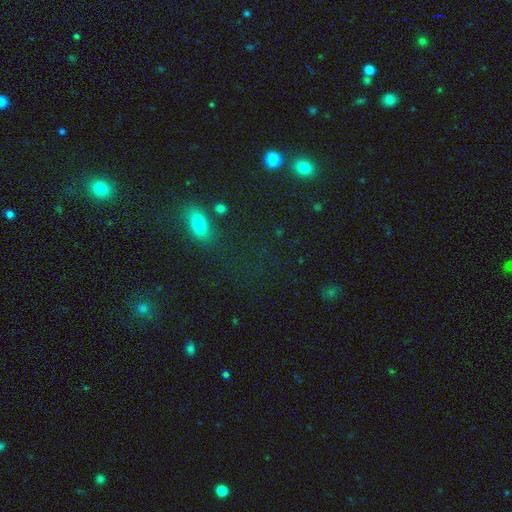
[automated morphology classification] Smooth or featured: smooth — 53% (star or artifact — 34%)
How rounded: in between — 56% (round — 35%)
Merging: none — 57% (minor disturbance — 17%)